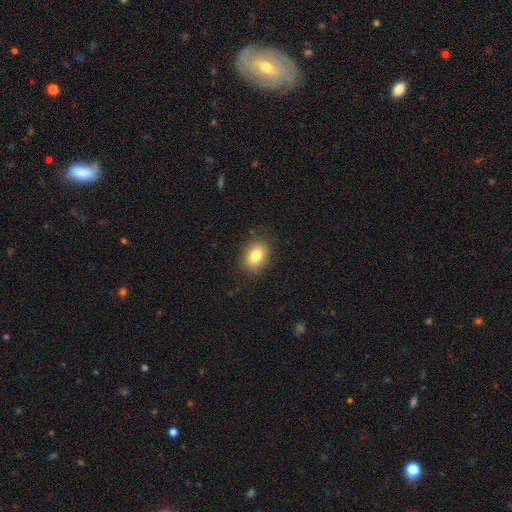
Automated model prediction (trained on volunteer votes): smooth_or_featured: smooth (p=0.82) [alt: star or artifact p=0.09]
how_rounded: in between (p=0.74) [alt: round p=0.25]
merging: none (p=0.86) [alt: minor disturbance p=0.10]